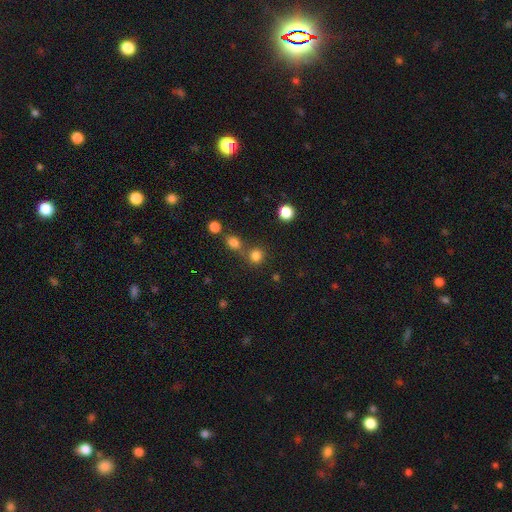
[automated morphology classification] type=smooth (79%); roundness=round (88%); merging=none (65%).